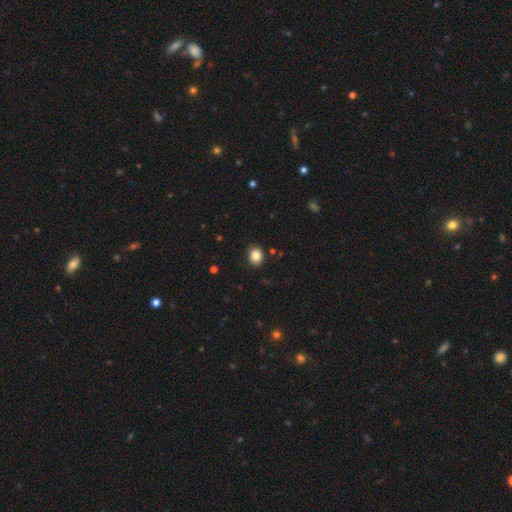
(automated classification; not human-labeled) Smooth or featured?
  - smooth: 85% *
  - star or artifact: 10%
  - featured or disk: 5%
How rounded?
  - round: 53% *
  - in between: 46%
  - cigar-shaped: 1%
Merging?
  - none: 88% *
  - minor disturbance: 9%
  - major disturbance: 2%
  - merger: 1%